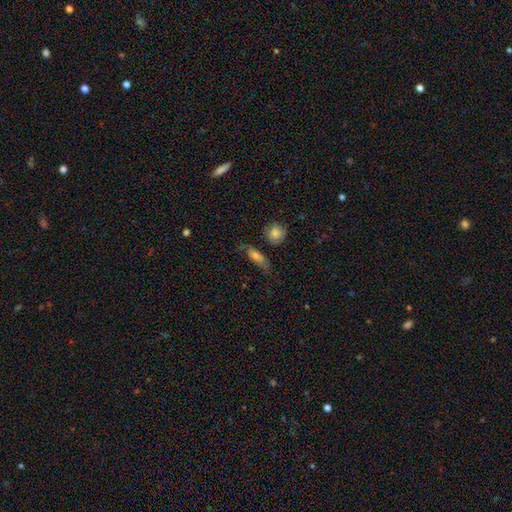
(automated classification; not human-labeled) smooth-or-featured: smooth: 61% | featured or disk: 27% | star or artifact: 12%
  how-rounded: in between: 54% | cigar-shaped: 38% | round: 8%
  merging: none: 55% | minor disturbance: 26% | major disturbance: 14% | merger: 6%